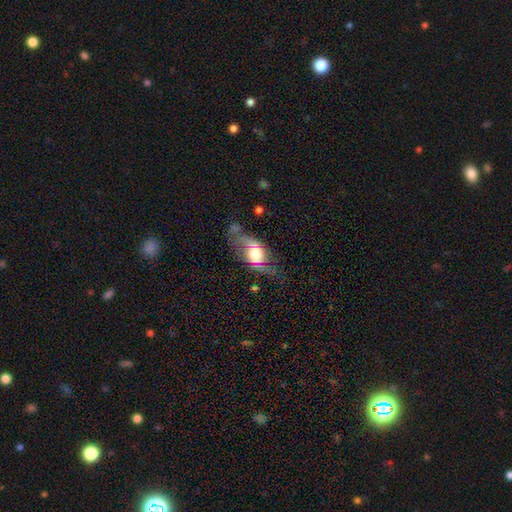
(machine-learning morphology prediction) Q: Smooth or featured?
A: featured or disk (55%); runner-up: smooth (36%)
Q: Edge-on disk?
A: no (75%); runner-up: yes (25%)
Q: Merging?
A: none (49%); runner-up: minor disturbance (25%)